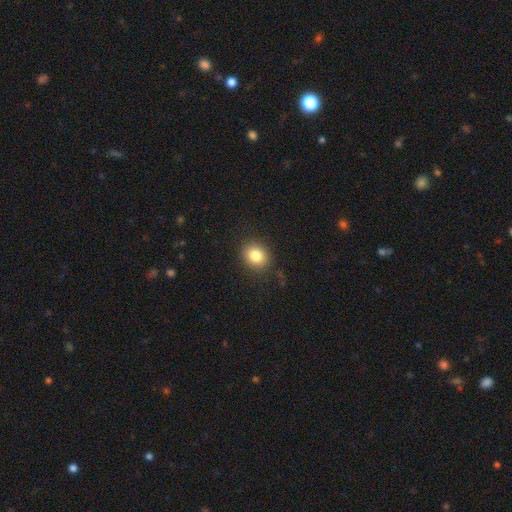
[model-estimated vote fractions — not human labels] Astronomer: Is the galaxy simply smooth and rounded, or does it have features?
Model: smooth — 83%.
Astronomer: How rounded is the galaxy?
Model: round — 67%.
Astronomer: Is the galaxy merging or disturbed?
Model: none — 87%.